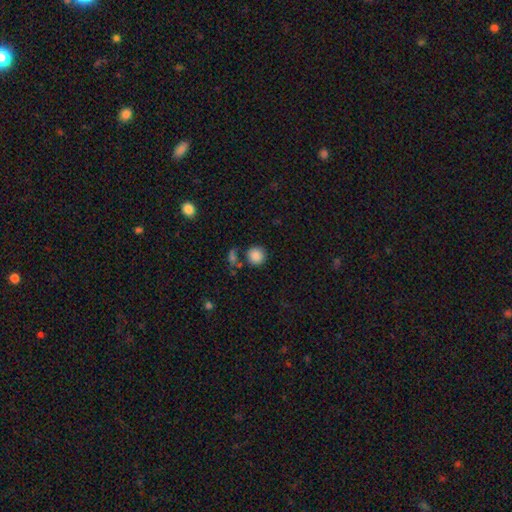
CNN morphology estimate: A smooth galaxy with no disk features (86%) that is round (92%). Merging: none (74%).